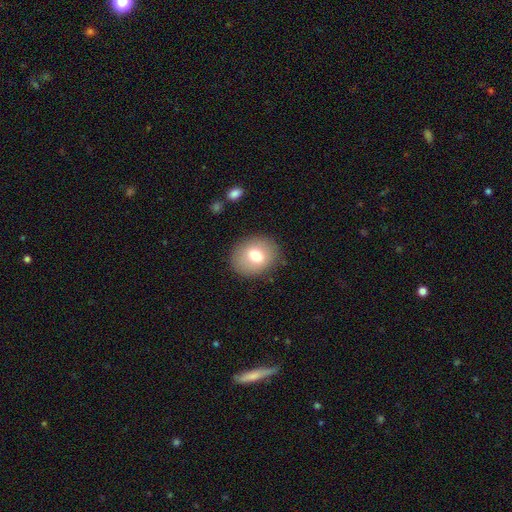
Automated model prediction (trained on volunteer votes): A smooth galaxy with no disk features (72%) that is round (56%).

Vote fractions:
- Smooth or featured? smooth: 72% / featured or disk: 20% / star or artifact: 9%
- How rounded? round: 56% / in between: 43% / cigar-shaped: 1%
- Merging? none: 85% / minor disturbance: 10% / major disturbance: 4% / merger: 1%